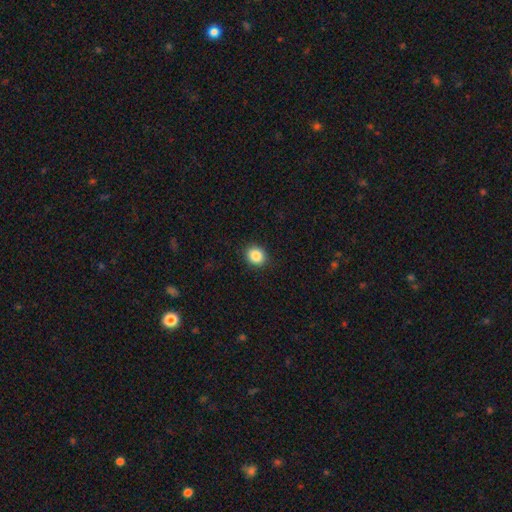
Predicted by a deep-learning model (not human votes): The model was most divided on "how rounded": round: 72%, in between: 27%, cigar-shaped: 1%. More confident: merging — none (90%); smooth or featured — smooth (87%).